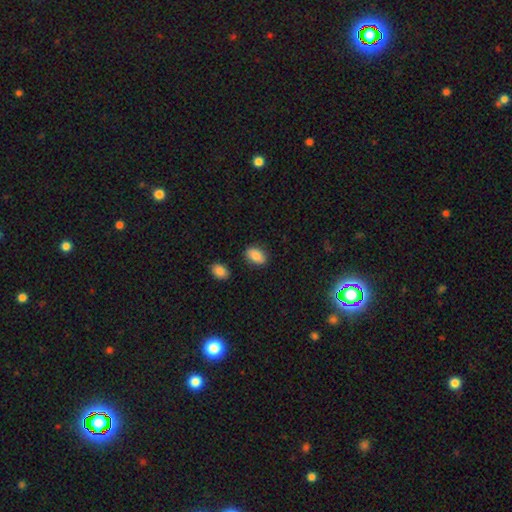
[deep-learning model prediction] Smooth or featured? Predicted: smooth (p=0.86). How rounded? Predicted: in between (p=0.87). Merging? Predicted: none (p=0.85).